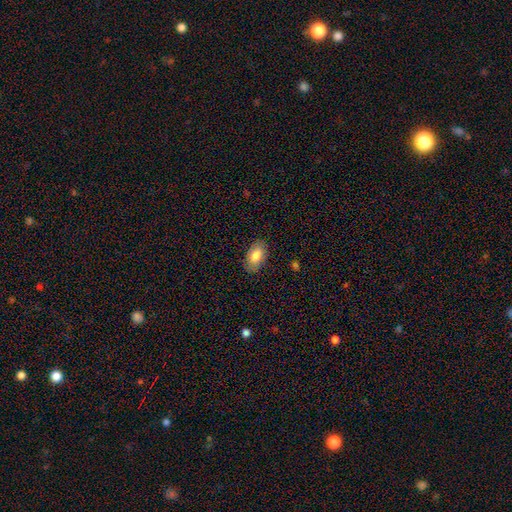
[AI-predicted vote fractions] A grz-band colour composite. It shows a smooth galaxy with no disk features (79%) that is in between round and cigar-shaped (93%). Merging: none (85%).